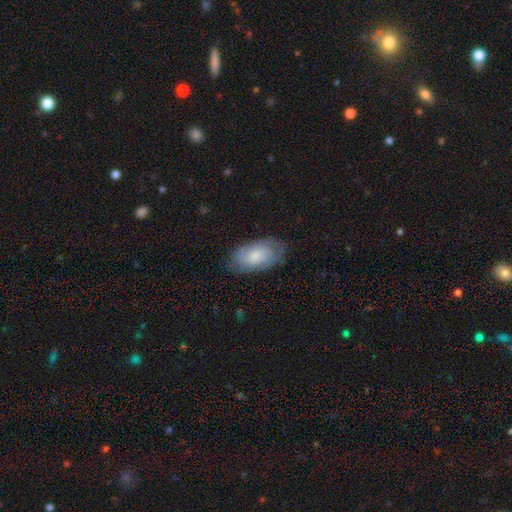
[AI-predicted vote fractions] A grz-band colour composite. It shows a smooth galaxy with no disk features (65%) that is in between round and cigar-shaped (94%). Merging: none (77%).